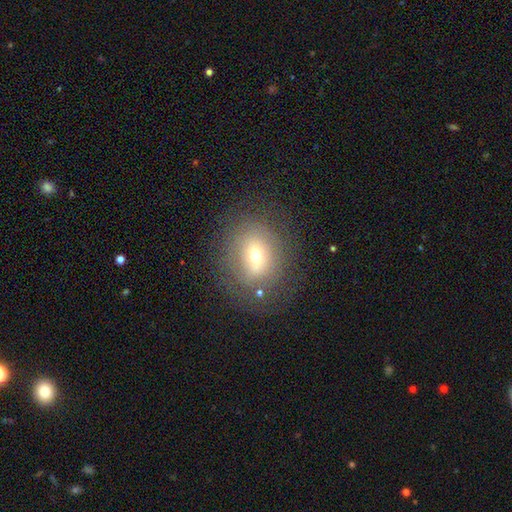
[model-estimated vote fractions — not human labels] Smooth or featured: smooth — 49% (featured or disk — 37%)
Merging: none — 71% (minor disturbance — 16%)